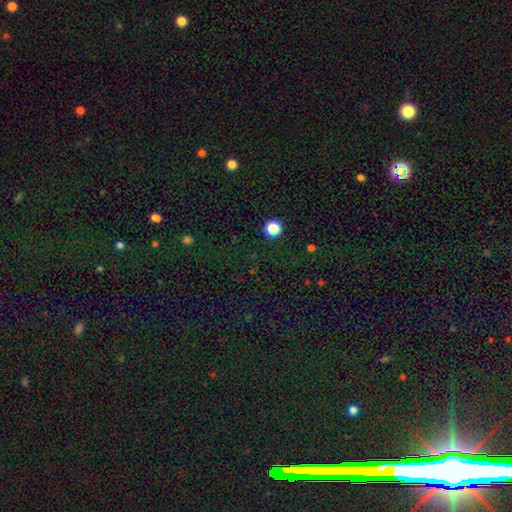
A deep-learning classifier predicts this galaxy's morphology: The model was most divided on "smooth or featured": star or artifact: 79%, smooth: 13%, featured or disk: 8%.